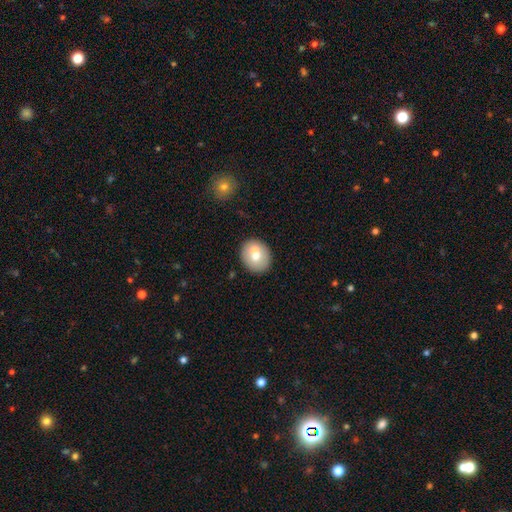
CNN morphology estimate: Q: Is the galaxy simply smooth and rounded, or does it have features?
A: smooth — 66%.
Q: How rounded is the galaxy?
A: round — 71%.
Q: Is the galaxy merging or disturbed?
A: none — 58%.